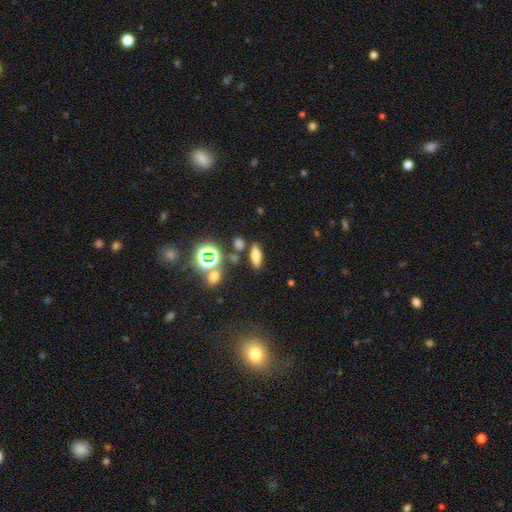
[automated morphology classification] Smooth or featured? smooth (61%)
How rounded? in between (49%)
Merging? none (80%)